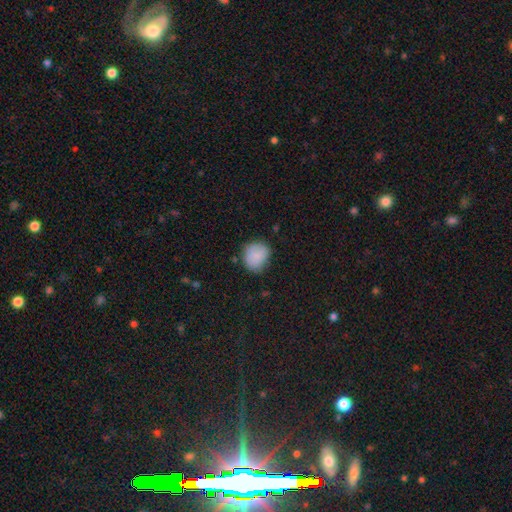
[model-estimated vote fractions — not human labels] The model was most divided on "how rounded": round: 70%, in between: 29%, cigar-shaped: 1%. More confident: smooth or featured — smooth (85%); merging — none (71%).